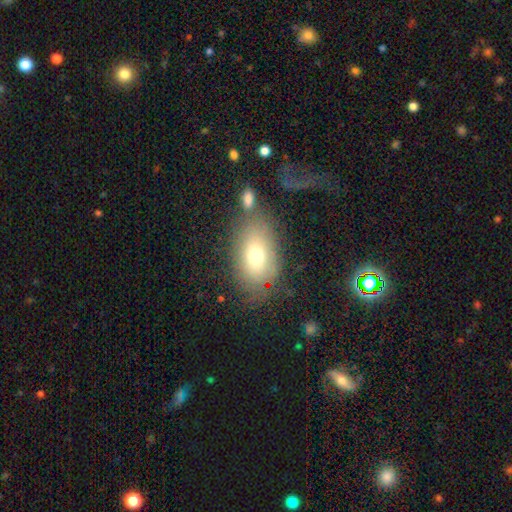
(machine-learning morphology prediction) type=smooth (69%); roundness=in between (85%); merging=none (57%).